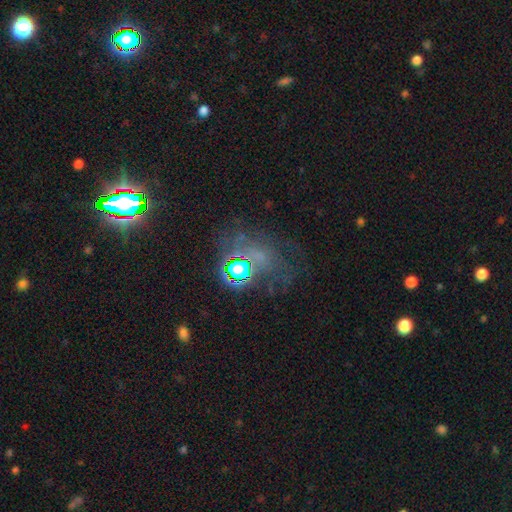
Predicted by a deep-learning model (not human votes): Morphology: type=star or artifact (50%).